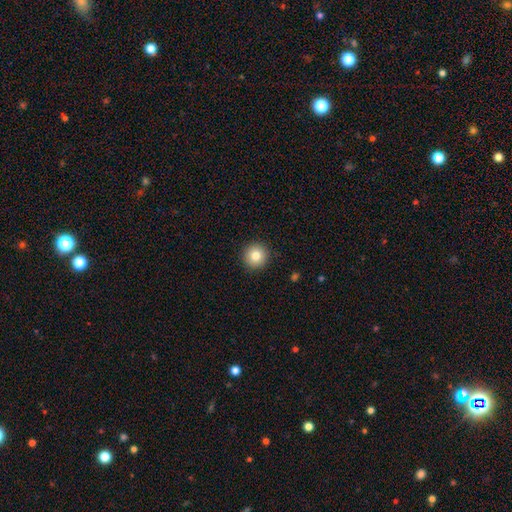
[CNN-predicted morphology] smooth_or_featured: smooth (p=0.82) [alt: star or artifact p=0.10]
how_rounded: round (p=0.95) [alt: in between p=0.04]
merging: none (p=0.92) [alt: minor disturbance p=0.05]